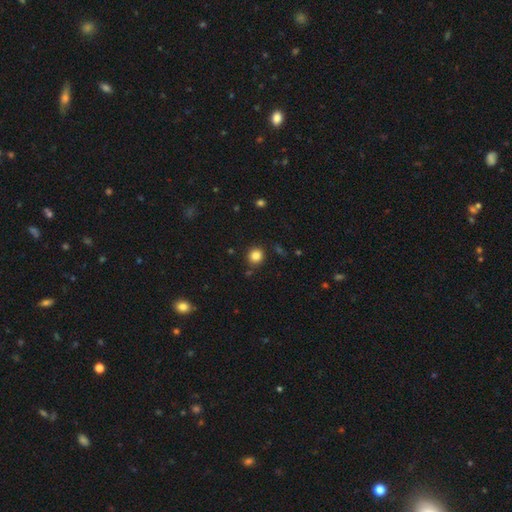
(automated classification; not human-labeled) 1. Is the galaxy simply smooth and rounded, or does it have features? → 84% smooth, 11% star or artifact, 5% featured or disk.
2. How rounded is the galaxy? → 84% round, 15% in between, 1% cigar-shaped.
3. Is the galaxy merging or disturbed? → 87% none, 8% minor disturbance, 3% merger, 2% major disturbance.